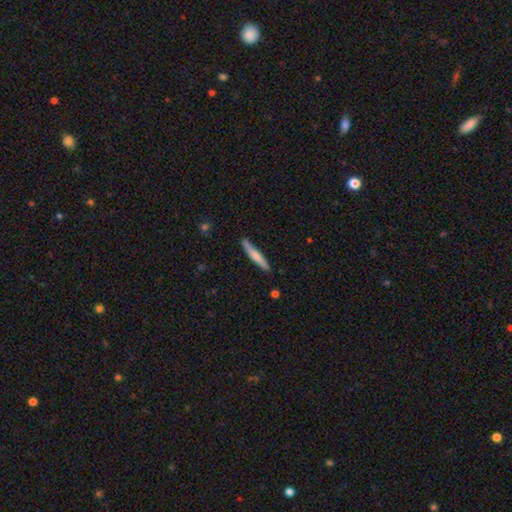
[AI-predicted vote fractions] Q: Smooth or featured?
A: smooth (66%); runner-up: featured or disk (29%)
Q: How rounded?
A: cigar-shaped (94%); runner-up: in between (5%)
Q: Merging?
A: none (85%); runner-up: minor disturbance (11%)